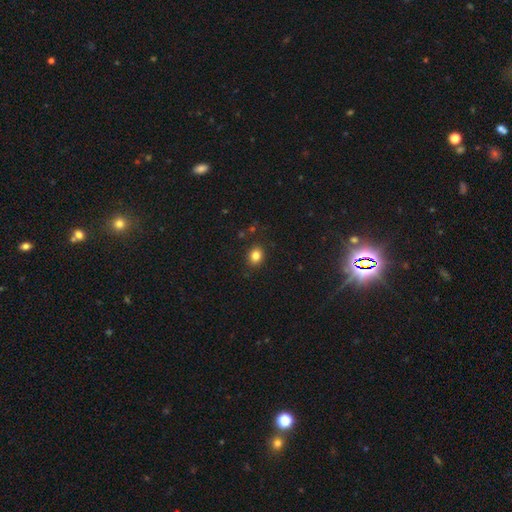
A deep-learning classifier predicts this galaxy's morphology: Smooth or featured? smooth (83%)
How rounded? round (56%)
Merging? none (88%)